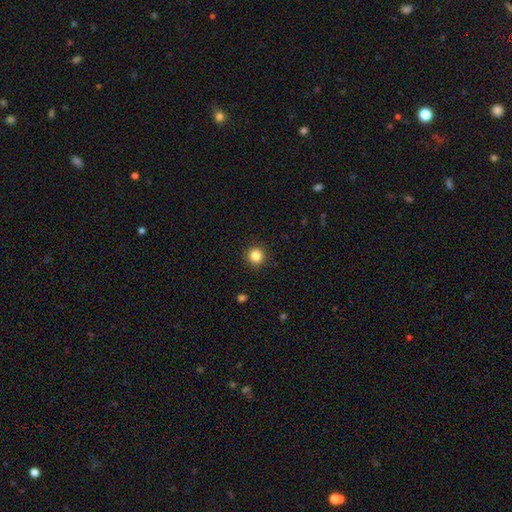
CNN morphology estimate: This is clearly a smooth galaxy (85%). How rounded: clearly round (95%). Merging: clearly none (92%).